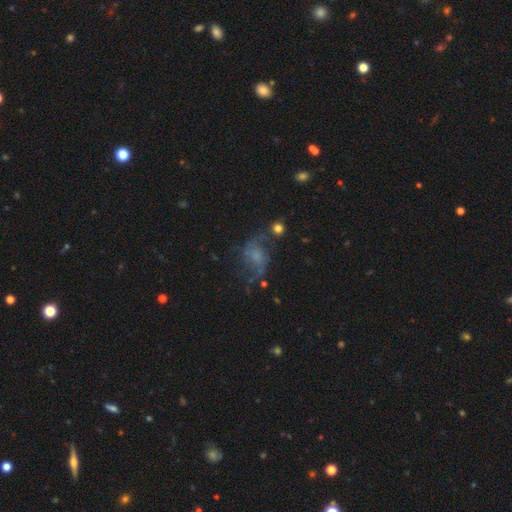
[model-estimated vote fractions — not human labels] This is likely a featured or disk galaxy (61%). It is clearly not viewed edge-on (97%). Bar: likely no (64%). Spiral arm pattern: clearly yes (84%). Central bulge: marginally small (36%). Merging: possibly none (50%).